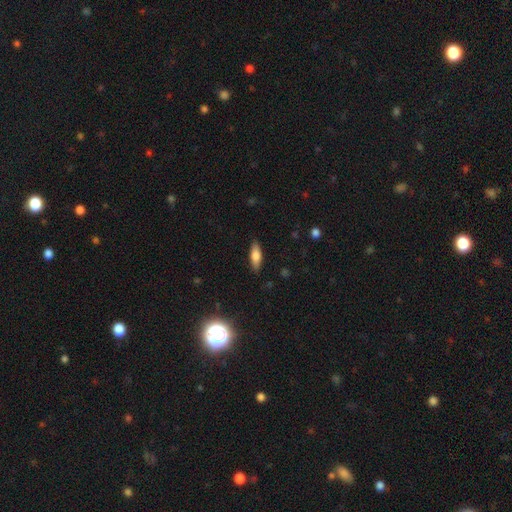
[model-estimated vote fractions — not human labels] The model was most divided on "how rounded": in between: 58%, cigar-shaped: 39%, round: 3%. More confident: merging — none (87%); smooth or featured — smooth (69%).